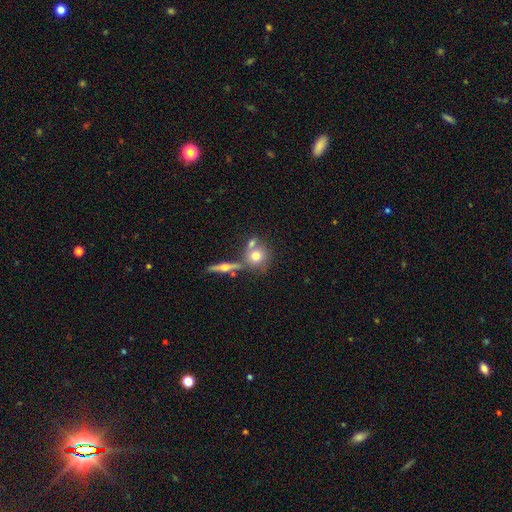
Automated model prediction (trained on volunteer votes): This is likely a smooth galaxy (67%). How rounded: clearly round (82%). Merging: possibly none (53%).